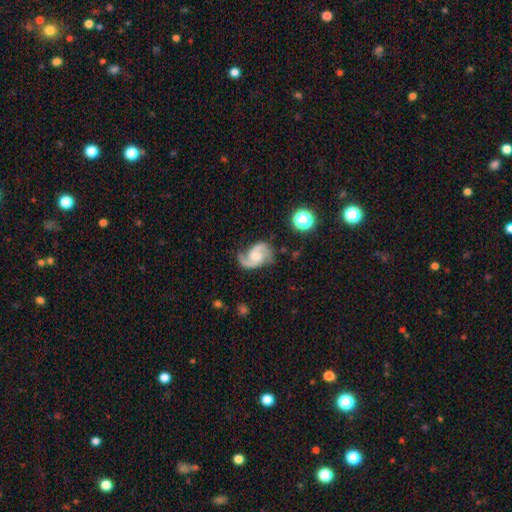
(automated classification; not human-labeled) Smooth or featured? Predicted: featured or disk (p=0.90). Edge-on disk? Predicted: no (p=0.98). Bar? Predicted: no (p=0.52). Spiral arms? Predicted: yes (p=0.98). Spiral winding? Predicted: medium (p=0.57). Spiral arm count? Predicted: 2 (p=0.92). Bulge size? Predicted: moderate (p=0.46). Merging? Predicted: none (p=0.72).